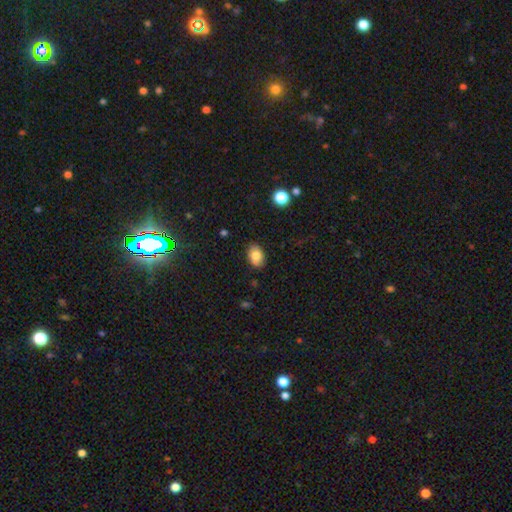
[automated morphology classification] Overall: smooth (82%). How rounded: in between (84%). Merging: none (85%).